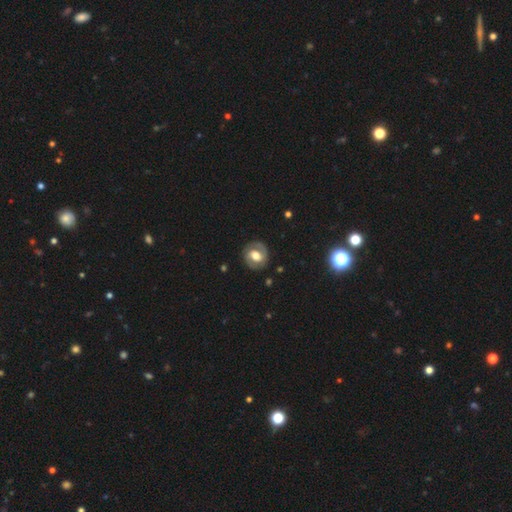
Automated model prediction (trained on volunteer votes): This is likely a featured or disk galaxy (62%). It is clearly not viewed edge-on (97%). Bar: marginally no (42%, tied with weak). Spiral arm pattern: likely yes (73%). Central bulge: possibly moderate (56%). Merging: clearly none (82%).